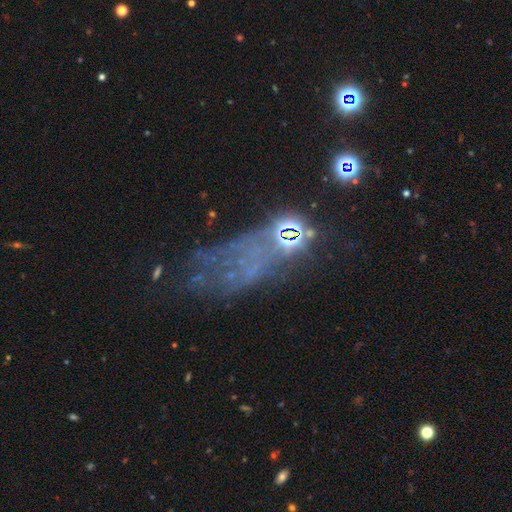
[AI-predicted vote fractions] Q: Smooth or featured?
A: featured or disk (38%); runner-up: star or artifact (36%)
Q: Merging?
A: none (38%); runner-up: major disturbance (31%)